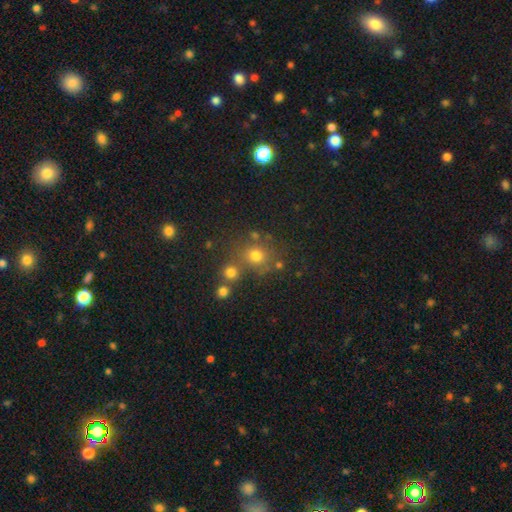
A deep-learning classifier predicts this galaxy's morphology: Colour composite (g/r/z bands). It shows a smooth galaxy with no disk features (70%) that is round (85%). Merging: none (66%).